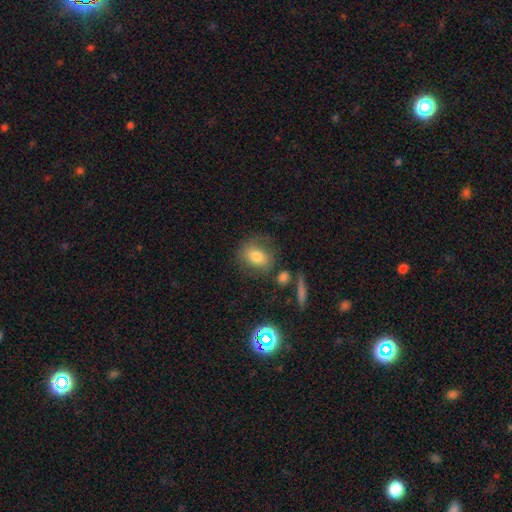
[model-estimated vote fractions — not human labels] The model was most divided on "how rounded": in between: 54%, round: 43%, cigar-shaped: 2%. More confident: smooth or featured — smooth (73%); merging — none (65%).